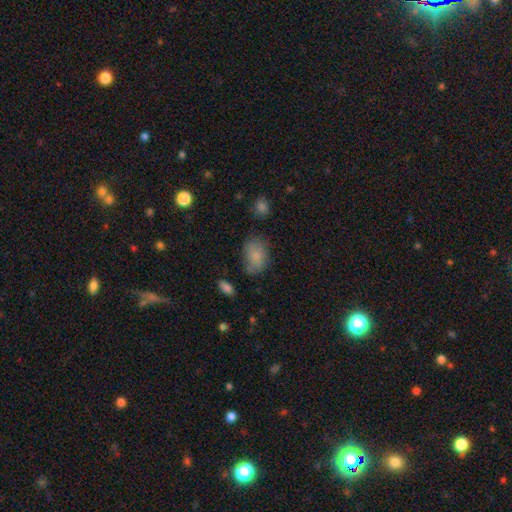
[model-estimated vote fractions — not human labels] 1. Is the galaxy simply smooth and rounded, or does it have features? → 81% smooth, 10% featured or disk, 9% star or artifact.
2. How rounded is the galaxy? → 81% in between, 18% round, 1% cigar-shaped.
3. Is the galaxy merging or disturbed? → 62% none, 25% minor disturbance, 8% major disturbance, 4% merger.